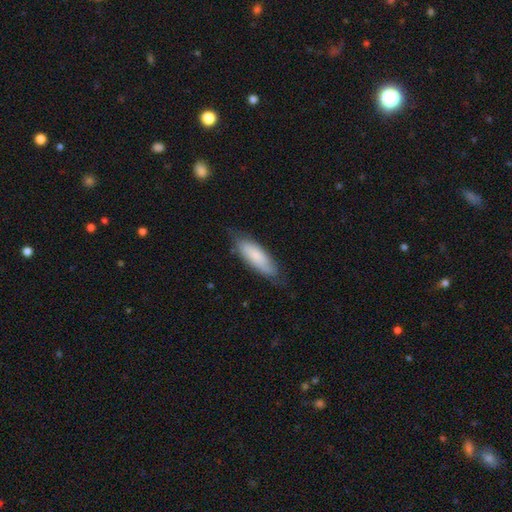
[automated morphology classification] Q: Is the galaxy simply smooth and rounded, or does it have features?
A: smooth — 73%.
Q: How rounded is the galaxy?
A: in between — 54%.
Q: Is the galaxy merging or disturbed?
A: none — 70%.